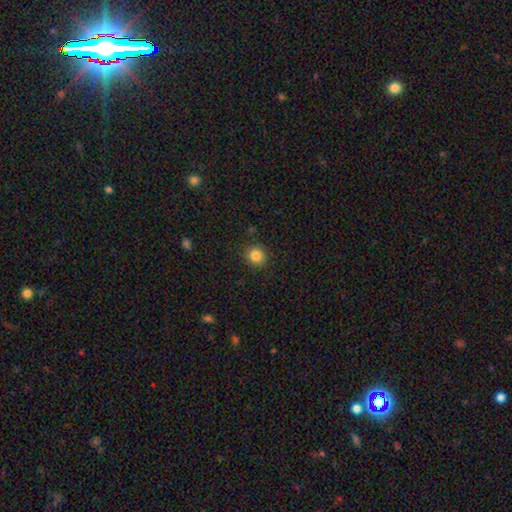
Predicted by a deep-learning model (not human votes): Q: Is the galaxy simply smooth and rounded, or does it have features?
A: smooth — 84%.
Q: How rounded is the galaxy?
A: round — 89%.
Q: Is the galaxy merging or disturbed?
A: none — 90%.